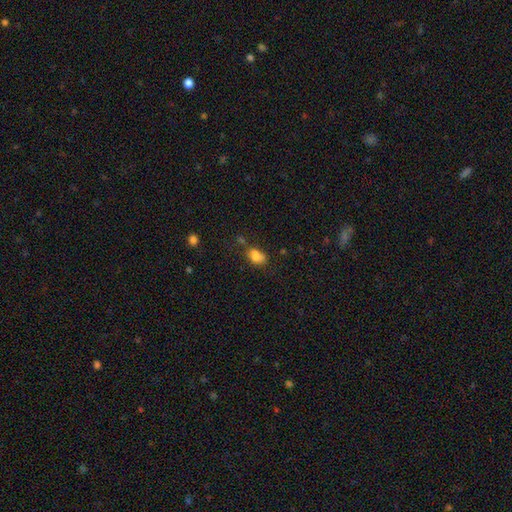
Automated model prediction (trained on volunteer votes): smooth-or-featured: smooth: 74% | star or artifact: 14% | featured or disk: 12%
  how-rounded: in between: 76% | round: 21% | cigar-shaped: 3%
  merging: none: 36% | merger: 29% | minor disturbance: 23% | major disturbance: 12%